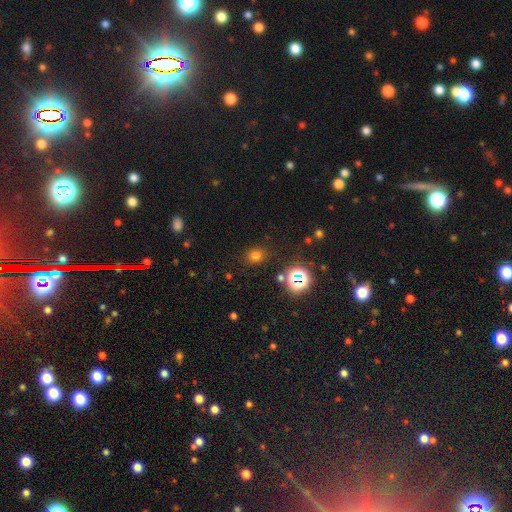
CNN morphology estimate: This appears to be a smooth galaxy with no disk features (69%) that is round (64%). Merging: none (85%).